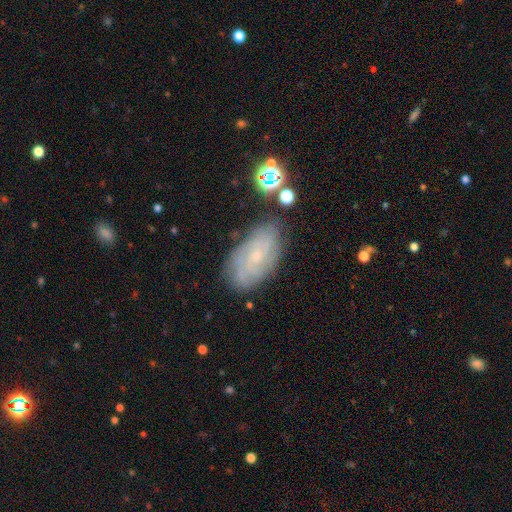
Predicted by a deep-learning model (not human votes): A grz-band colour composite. It shows a featured or disk galaxy (62%) with no bar (71%), spiral arms (83%) and a small central bulge (75%). Merging: none (72%).